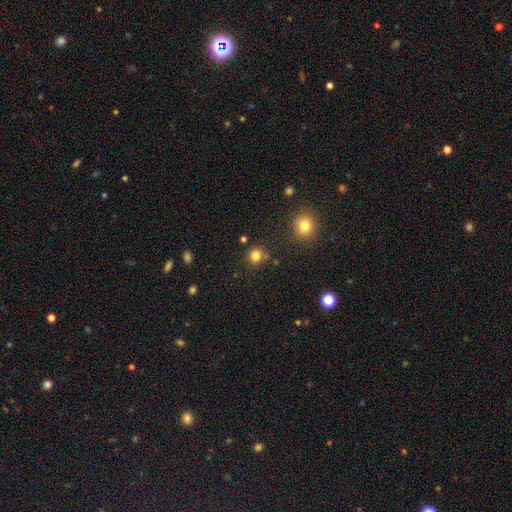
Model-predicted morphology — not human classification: The model was most divided on "smooth or featured": smooth: 81%, star or artifact: 14%, featured or disk: 5%. More confident: how rounded — round (90%); merging — none (81%).